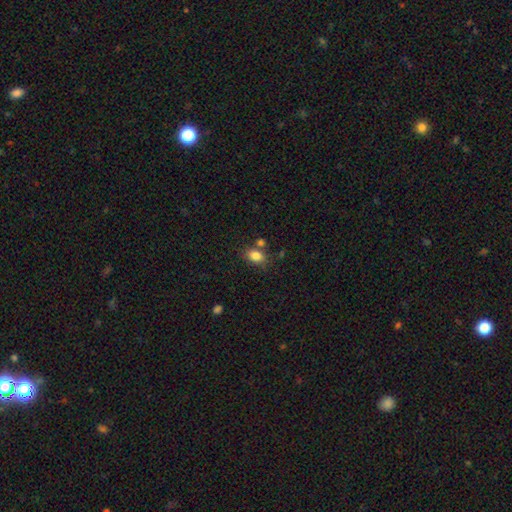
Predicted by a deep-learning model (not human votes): Smooth or featured? Predicted: smooth (p=0.83). How rounded? Predicted: in between (p=0.79). Merging? Predicted: none (p=0.68).